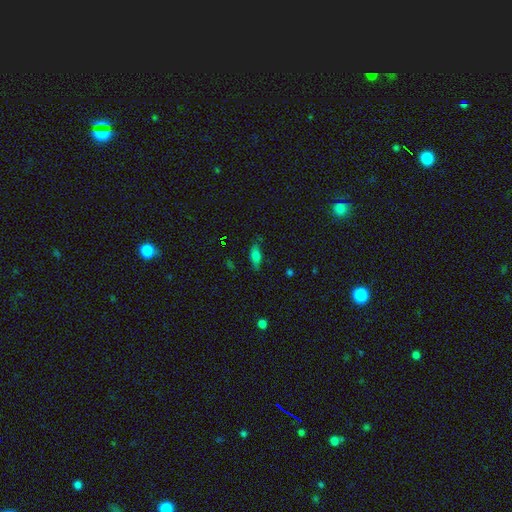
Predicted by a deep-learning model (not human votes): Smooth or featured: smooth — 72% (featured or disk — 15%)
How rounded: in between — 72% (cigar-shaped — 24%)
Merging: none — 75% (minor disturbance — 18%)